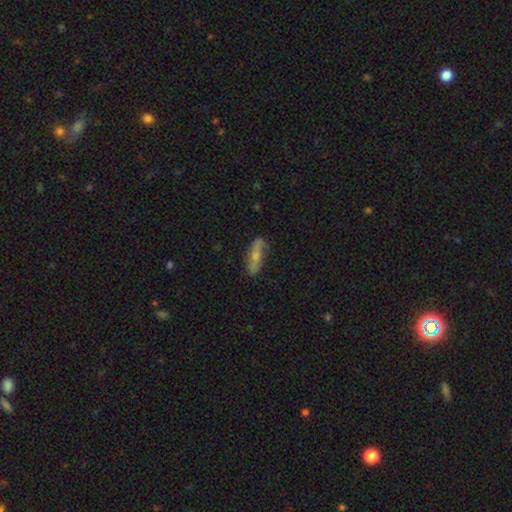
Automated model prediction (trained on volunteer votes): Smooth or featured: featured or disk — 49% (smooth — 45%)
Merging: none — 77% (minor disturbance — 17%)